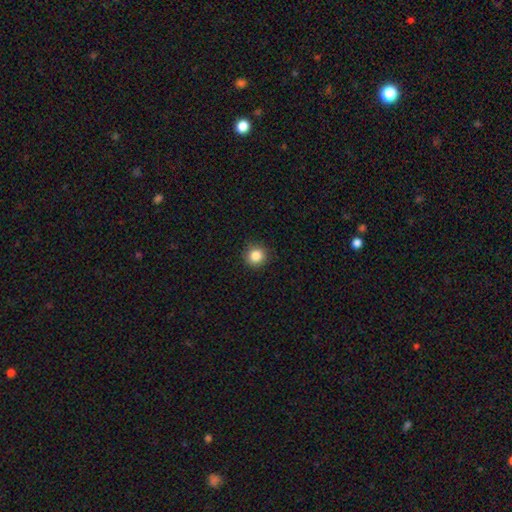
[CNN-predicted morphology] Overall: smooth (85%). How rounded: round (93%). Merging: none (90%).